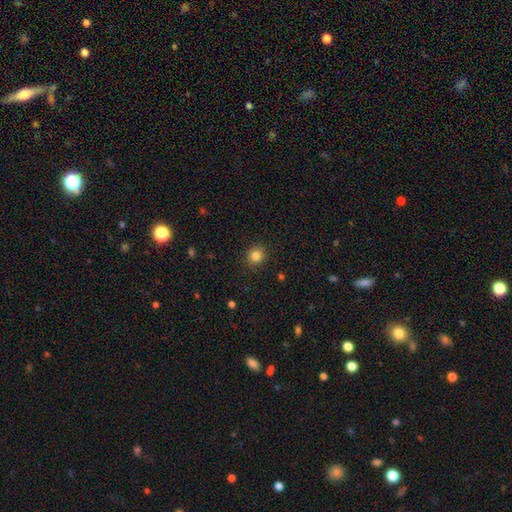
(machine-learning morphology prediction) smooth 84%, star or artifact 11%, featured or disk 5%. Down the decision tree: how rounded — round (86%); merging — none (91%).